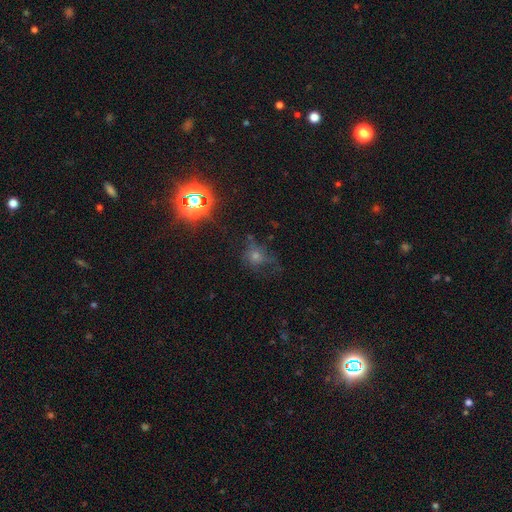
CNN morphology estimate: smooth 51%, star or artifact 31%, featured or disk 18%. Down the decision tree: how rounded — round (69%); merging — none (48%).